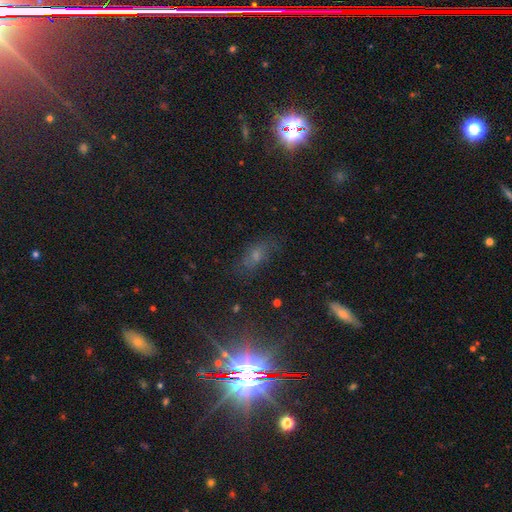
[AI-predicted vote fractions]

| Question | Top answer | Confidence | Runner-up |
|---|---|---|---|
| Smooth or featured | smooth | 38% | tied: star or artifact (38%) |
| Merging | none | 67% | minor disturbance (19%) |